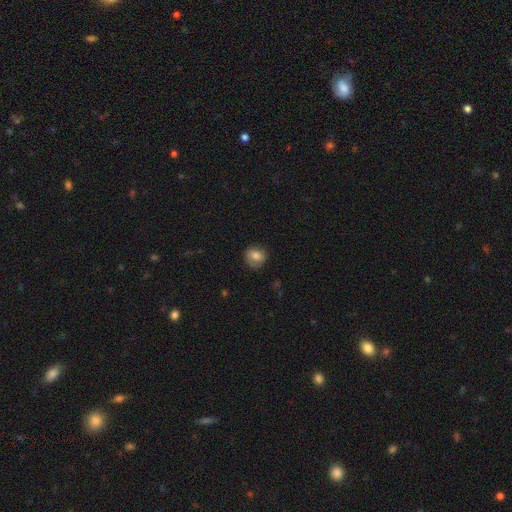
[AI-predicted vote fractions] Overall: smooth (76%). How rounded: round (79%). Merging: none (72%).